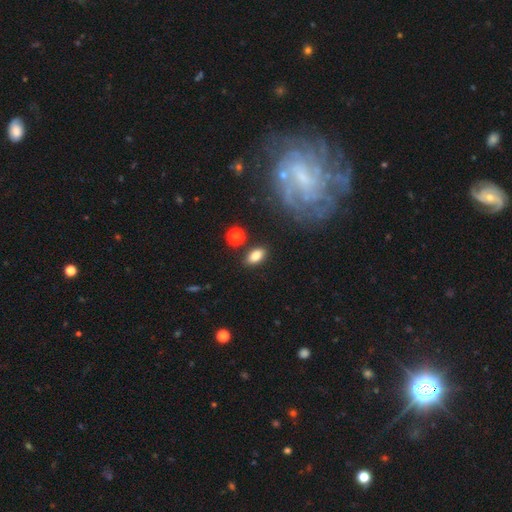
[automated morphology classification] The model was most divided on "merging": none: 83%, minor disturbance: 10%, merger: 4%, major disturbance: 3%. More confident: how rounded — in between (88%); smooth or featured — smooth (82%).